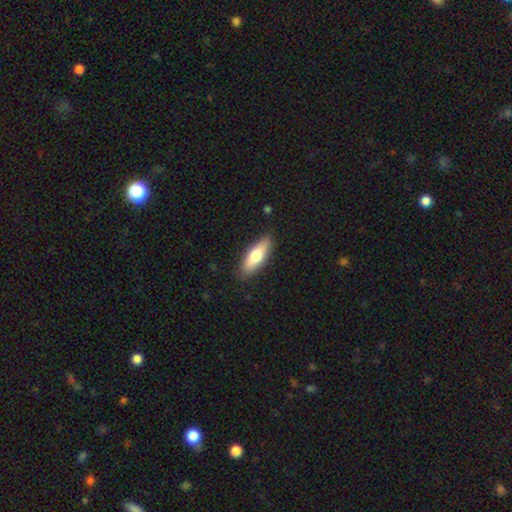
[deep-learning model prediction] Smooth or featured? smooth (70%)
How rounded? in between (59%)
Merging? none (86%)